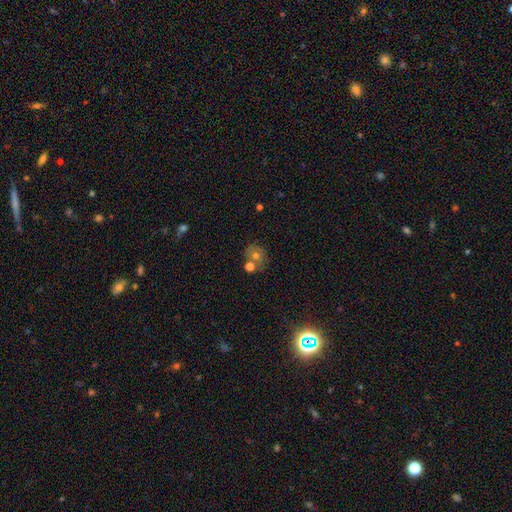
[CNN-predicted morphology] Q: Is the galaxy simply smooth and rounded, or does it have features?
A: smooth — 58%.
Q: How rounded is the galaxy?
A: round — 76%.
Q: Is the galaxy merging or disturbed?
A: none — 55%.